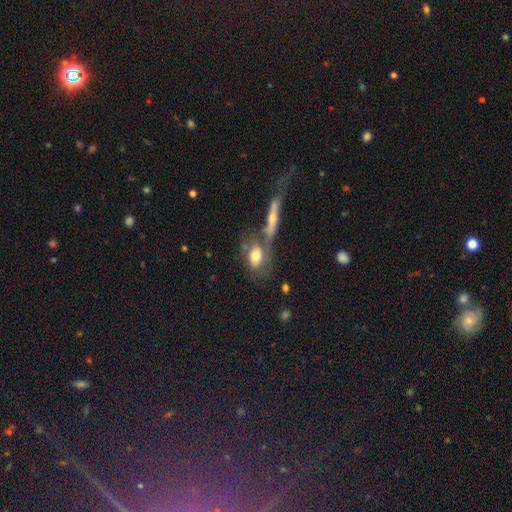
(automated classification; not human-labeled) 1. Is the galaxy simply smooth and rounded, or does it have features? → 64% smooth, 28% featured or disk, 8% star or artifact.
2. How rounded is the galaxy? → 75% in between, 17% round, 8% cigar-shaped.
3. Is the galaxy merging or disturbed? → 40% none, 38% merger, 14% minor disturbance, 8% major disturbance.